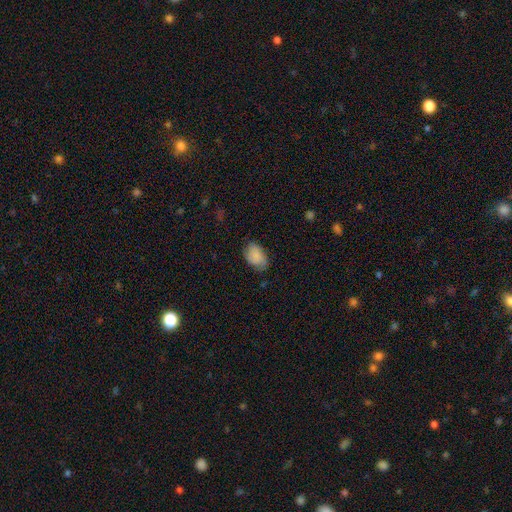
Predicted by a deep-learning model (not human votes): A smooth galaxy with no disk features (82%) that is in between round and cigar-shaped (87%).

Vote fractions:
- Smooth or featured? smooth: 82% / featured or disk: 11% / star or artifact: 7%
- How rounded? in between: 87% / round: 12% / cigar-shaped: 1%
- Merging? none: 65% / minor disturbance: 27% / major disturbance: 6% / merger: 1%